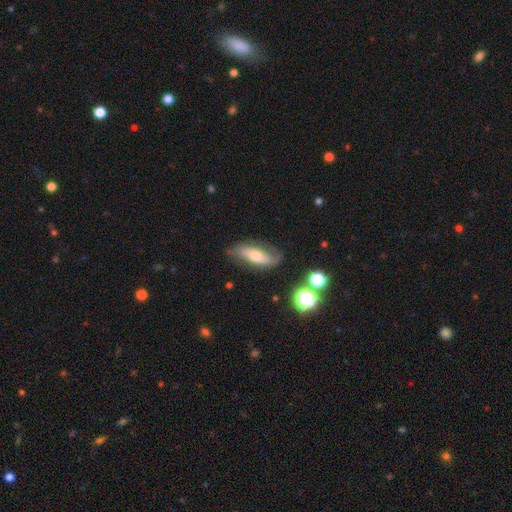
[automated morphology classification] Q: Smooth or featured?
A: featured or disk (56%); runner-up: smooth (35%)
Q: Edge-on disk?
A: no (80%); runner-up: yes (20%)
Q: Merging?
A: none (69%); runner-up: minor disturbance (20%)